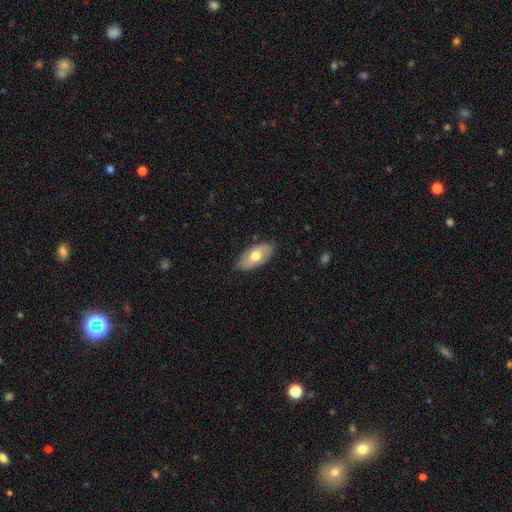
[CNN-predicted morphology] smooth-or-featured: smooth: 64% | featured or disk: 31% | star or artifact: 5%
  how-rounded: in between: 92% | cigar-shaped: 5% | round: 3%
  merging: none: 84% | minor disturbance: 13% | major disturbance: 2% | merger: 1%